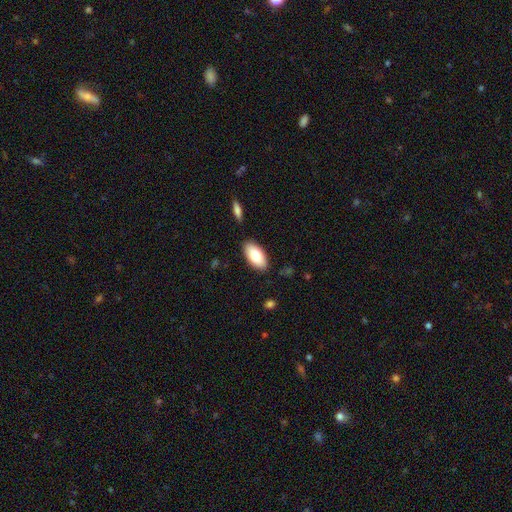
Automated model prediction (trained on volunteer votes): Q: Smooth or featured?
A: smooth (81%); runner-up: featured or disk (13%)
Q: How rounded?
A: in between (94%); runner-up: cigar-shaped (4%)
Q: Merging?
A: none (87%); runner-up: minor disturbance (9%)